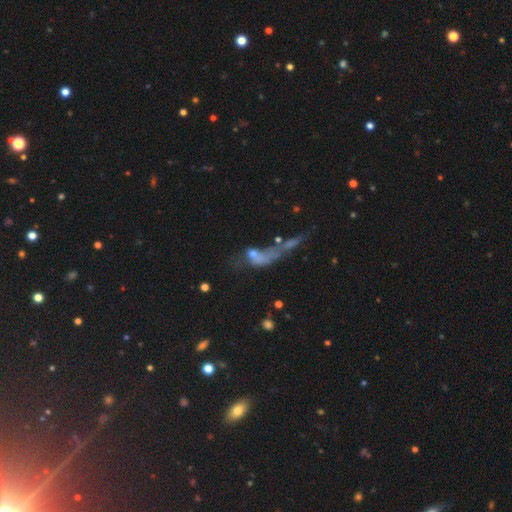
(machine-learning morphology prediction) featured or disk 38%, smooth 37%, star or artifact 25%. Down the decision tree: merging — merger (34%).